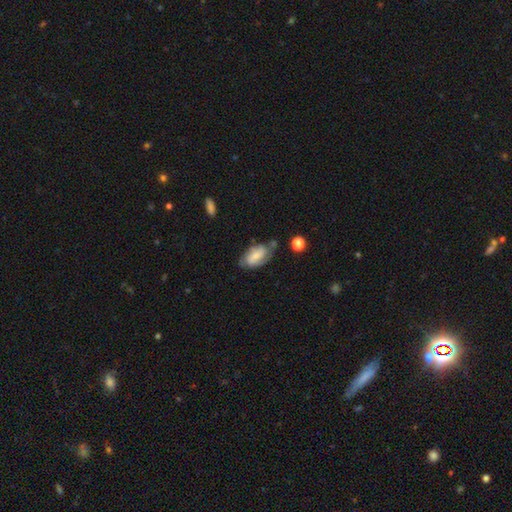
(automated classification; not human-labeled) The model was most divided on "smooth or featured": featured or disk: 51%, smooth: 42%, star or artifact: 7%. More confident: edge-on disk — no (94%); merging — none (59%).